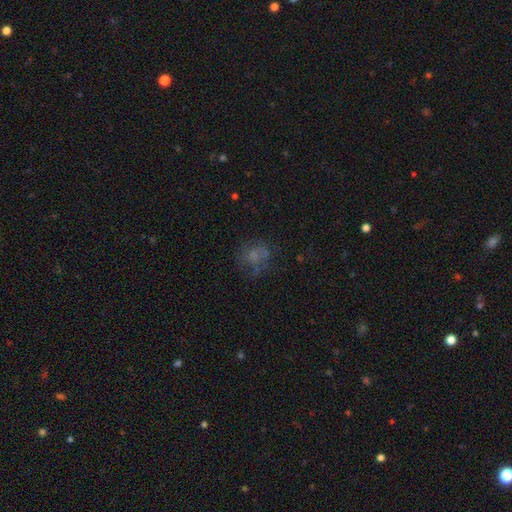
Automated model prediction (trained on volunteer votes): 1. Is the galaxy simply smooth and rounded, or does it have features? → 45% smooth, 34% featured or disk, 20% star or artifact.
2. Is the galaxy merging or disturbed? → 52% none, 24% major disturbance, 20% minor disturbance, 4% merger.